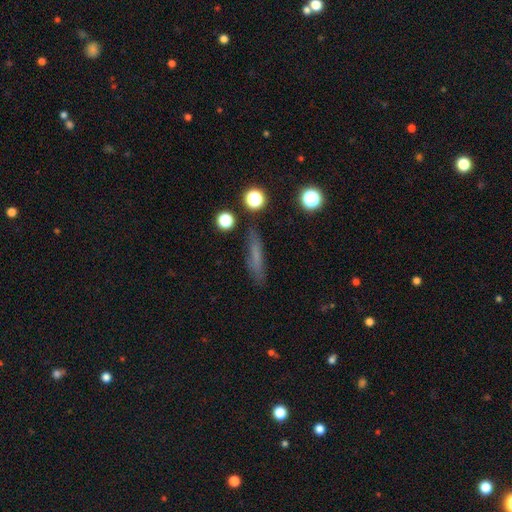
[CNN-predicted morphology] A smooth galaxy with no disk features (61%) that is cigar-shaped (82%).

Vote fractions:
- Smooth or featured? smooth: 61% / featured or disk: 24% / star or artifact: 15%
- How rounded? cigar-shaped: 82% / in between: 13% / round: 5%
- Merging? none: 79% / minor disturbance: 13% / major disturbance: 4% / merger: 3%